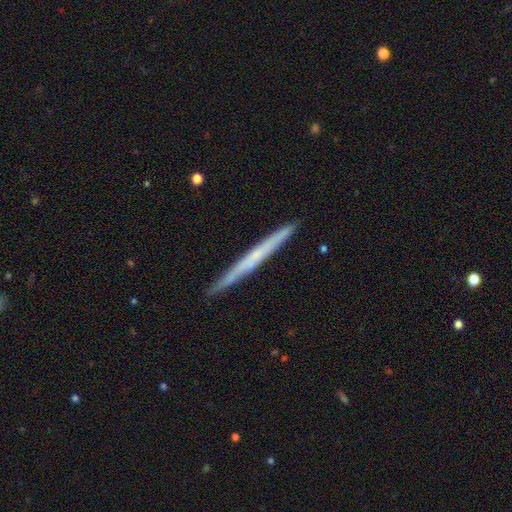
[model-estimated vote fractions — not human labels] A featured or disk galaxy (56%) viewed edge-on (97%) with no central bulge (78%).

Vote fractions:
- Smooth or featured? featured or disk: 56% / smooth: 39% / star or artifact: 6%
- Edge-on disk? yes: 97% / no: 3%
- Edge-on bulge? none: 78% / rounded: 17% / boxy: 5%
- Merging? none: 89% / minor disturbance: 8% / major disturbance: 1% / merger: 1%